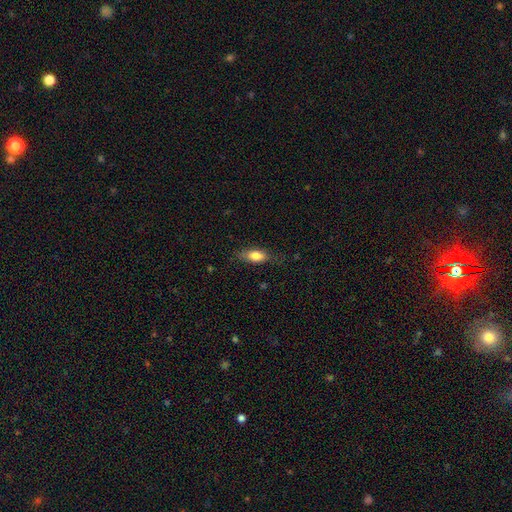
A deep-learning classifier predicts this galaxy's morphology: Smooth or featured? Predicted: smooth (p=0.80). How rounded? Predicted: in between (p=0.81). Merging? Predicted: none (p=0.73).